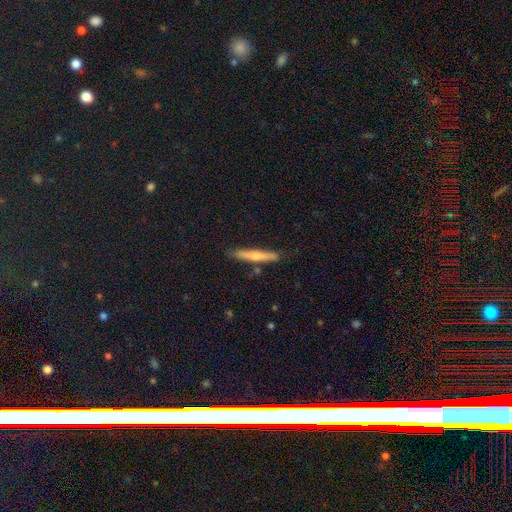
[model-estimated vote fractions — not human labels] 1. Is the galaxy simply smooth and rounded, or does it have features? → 56% smooth, 38% featured or disk, 6% star or artifact.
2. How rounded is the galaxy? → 94% cigar-shaped, 5% in between, 1% round.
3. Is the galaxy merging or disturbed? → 84% none, 11% minor disturbance, 3% merger, 2% major disturbance.